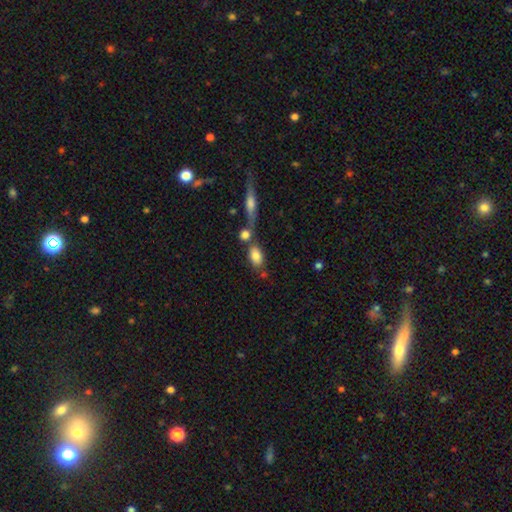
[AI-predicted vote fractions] This appears to be a smooth galaxy with no disk features (81%) that is in between round and cigar-shaped (86%). Merging: none (54%).